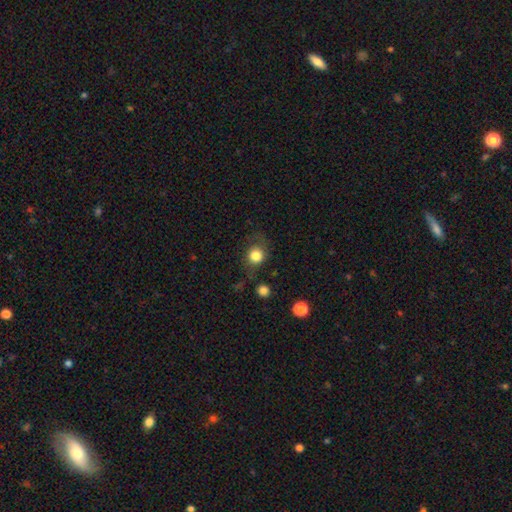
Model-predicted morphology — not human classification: Smooth or featured?
  - smooth: 79% *
  - featured or disk: 11%
  - star or artifact: 10%
How rounded?
  - round: 78% *
  - in between: 21%
  - cigar-shaped: 1%
Merging?
  - none: 61% *
  - minor disturbance: 21%
  - major disturbance: 14%
  - merger: 4%